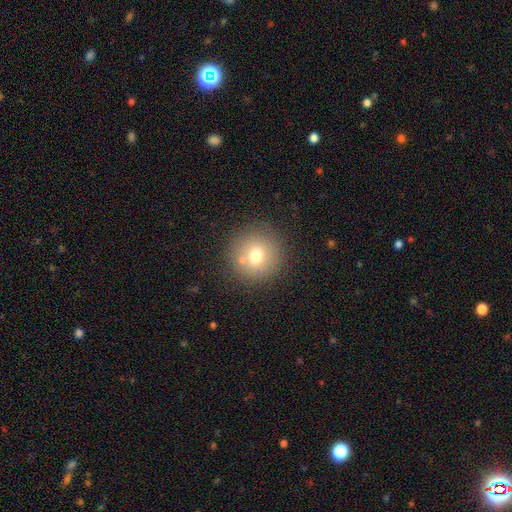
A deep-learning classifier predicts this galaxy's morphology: Smooth or featured?
  - smooth: 70% *
  - featured or disk: 16%
  - star or artifact: 14%
How rounded?
  - round: 94% *
  - in between: 5%
  - cigar-shaped: 1%
Merging?
  - none: 79% *
  - minor disturbance: 9%
  - merger: 9%
  - major disturbance: 4%